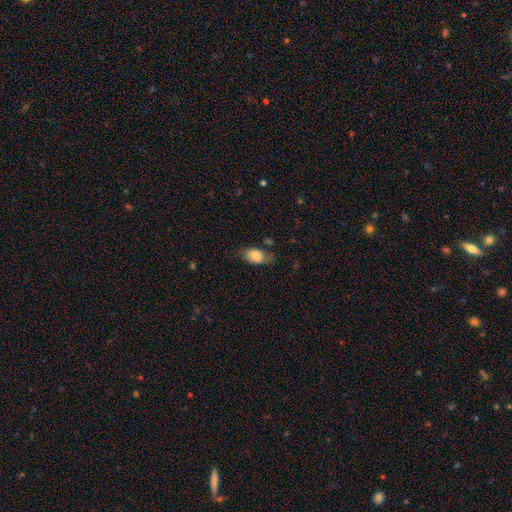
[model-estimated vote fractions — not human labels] Overall: smooth (75%). How rounded: in between (87%). Merging: none (64%; minor disturbance 25%).